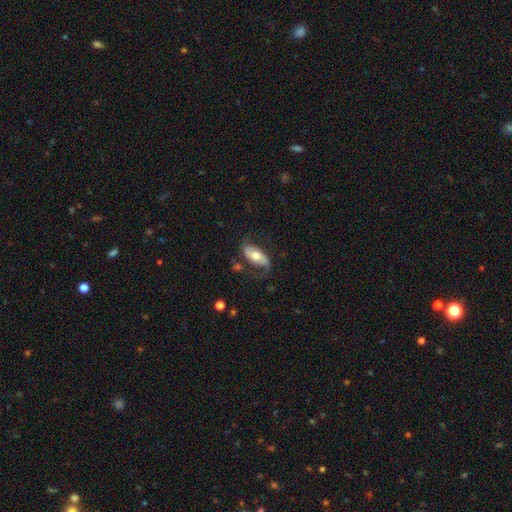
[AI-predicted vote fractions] smooth-or-featured: featured or disk: 66% | smooth: 28% | star or artifact: 6%
  disk-edge-on: no: 91% | yes: 9%
    bar: no: 49% | weak: 28% | strong: 23%
    has-spiral-arms: yes: 86% | no: 14%
      spiral-winding: loose: 59% | medium: 30% | tight: 11%
      spiral-arm-count: 2: 86% | 1: 6% | can't tell: 5% | 3: 1% | 4: 1% | more than 4: 1%
    bulge-size: moderate: 70% | large: 15% | small: 13% | dominant: 2% | none: 1%
  merging: none: 61% | minor disturbance: 21% | major disturbance: 16% | merger: 3%